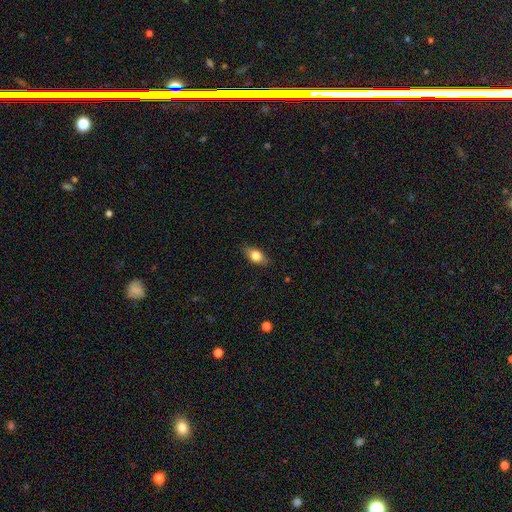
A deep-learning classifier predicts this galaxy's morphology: Smooth or featured?
  - smooth: 78% *
  - featured or disk: 14%
  - star or artifact: 7%
How rounded?
  - in between: 84% *
  - round: 8%
  - cigar-shaped: 8%
Merging?
  - none: 81% *
  - minor disturbance: 15%
  - major disturbance: 3%
  - merger: 1%